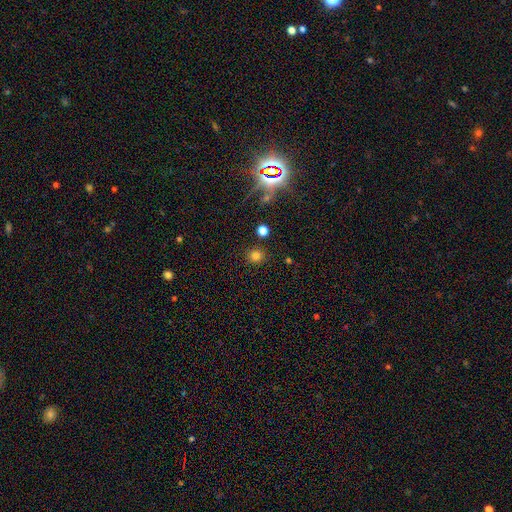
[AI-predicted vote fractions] Smooth or featured? smooth (77%)
How rounded? round (88%)
Merging? none (86%)